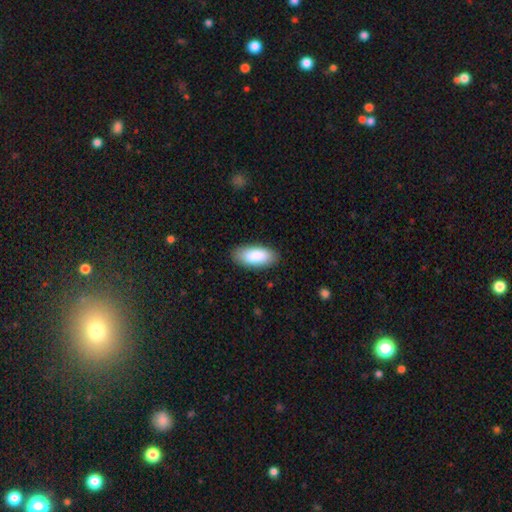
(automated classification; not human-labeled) The model was most divided on "merging": none: 86%, minor disturbance: 11%, major disturbance: 2%, merger: 1%. More confident: how rounded — in between (89%); smooth or featured — smooth (88%).